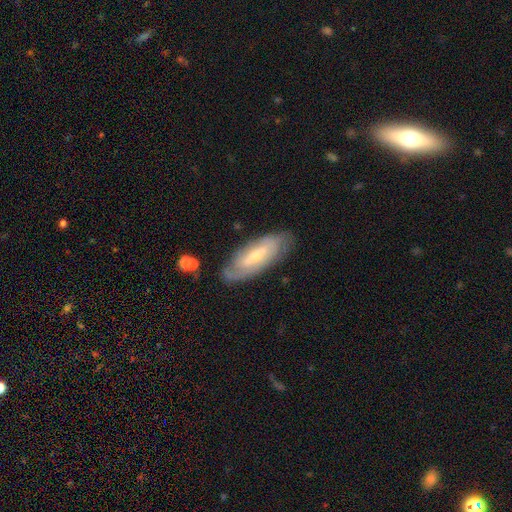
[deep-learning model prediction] This is likely a featured or disk galaxy (73%). It is clearly not viewed edge-on (85%). Bar: marginally weak (44%). Spiral arm pattern: clearly yes (85%). Spiral arm count: marginally 2 (44%). Spiral winding: possibly tight (59%). Central bulge: possibly small (55%). Merging: likely none (77%).